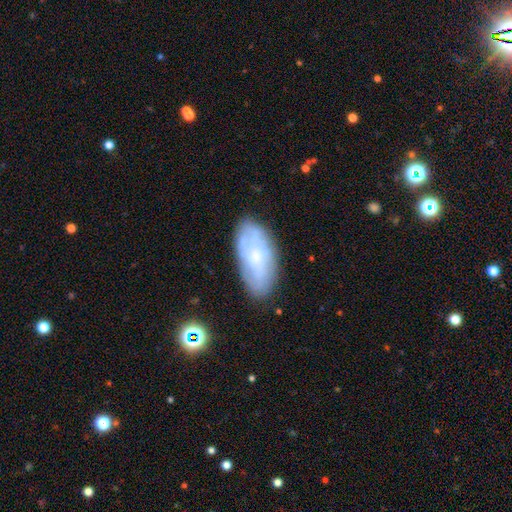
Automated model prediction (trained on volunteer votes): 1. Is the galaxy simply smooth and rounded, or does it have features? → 52% featured or disk, 40% smooth, 8% star or artifact.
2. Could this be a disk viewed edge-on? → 91% no, 9% yes.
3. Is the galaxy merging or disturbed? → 76% none, 17% minor disturbance, 5% major disturbance, 2% merger.